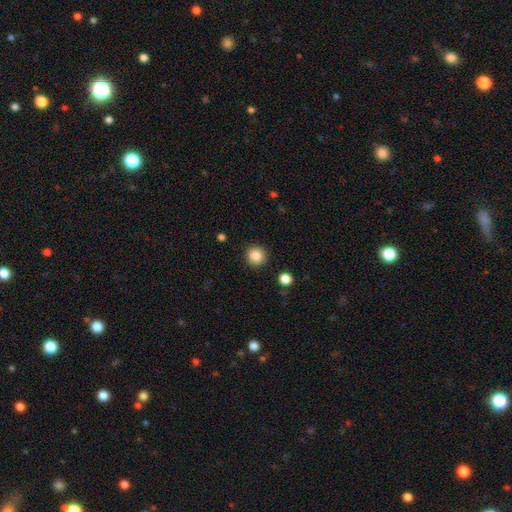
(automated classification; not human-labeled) smooth_or_featured: smooth (p=0.85) [alt: star or artifact p=0.10]
how_rounded: round (p=0.94) [alt: in between p=0.05]
merging: none (p=0.91) [alt: minor disturbance p=0.06]